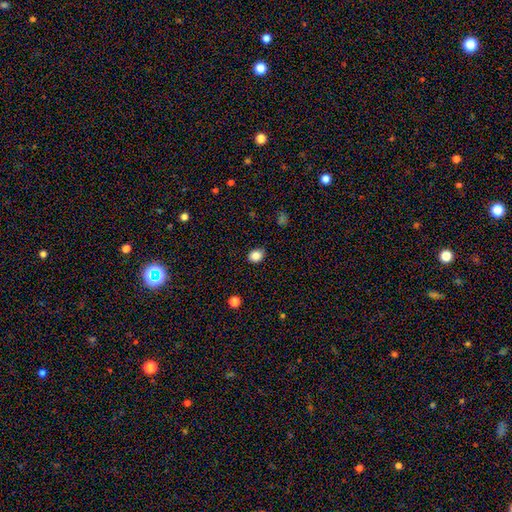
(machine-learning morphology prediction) A smooth galaxy with no disk features (86%) that is round (57%).

Vote fractions:
- Smooth or featured? smooth: 86% / star or artifact: 10% / featured or disk: 4%
- How rounded? round: 57% / in between: 42% / cigar-shaped: 1%
- Merging? none: 84% / minor disturbance: 13% / major disturbance: 3% / merger: 1%